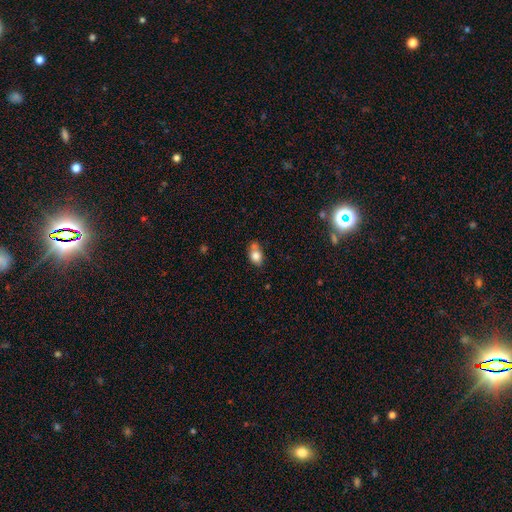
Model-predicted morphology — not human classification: Smooth or featured: smooth — 79% (featured or disk — 12%)
How rounded: in between — 77% (round — 21%)
Merging: none — 45% (minor disturbance — 30%)